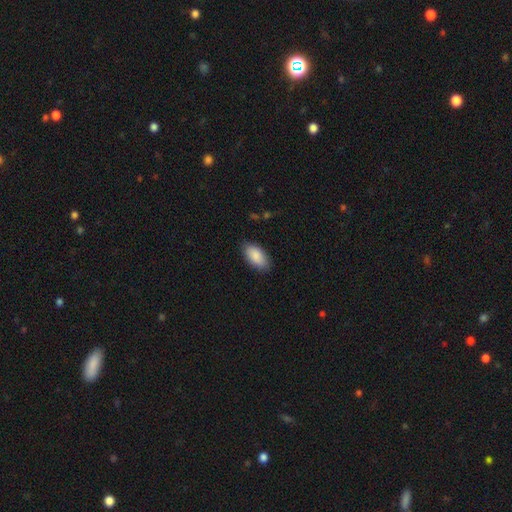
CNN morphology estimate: A smooth galaxy with no disk features (88%) that is in between round and cigar-shaped (94%).

Vote fractions:
- Smooth or featured? smooth: 88% / star or artifact: 6% / featured or disk: 6%
- How rounded? in between: 94% / round: 3% / cigar-shaped: 3%
- Merging? none: 85% / minor disturbance: 12% / major disturbance: 2% / merger: 1%